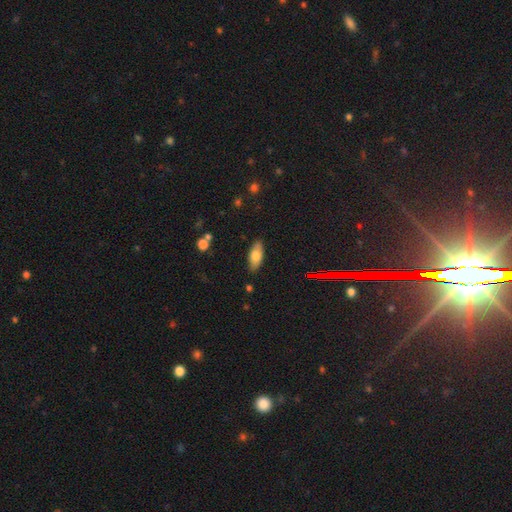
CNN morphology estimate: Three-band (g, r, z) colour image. It shows a smooth galaxy with no disk features (72%) that is in between round and cigar-shaped (79%). Merging: none (86%).